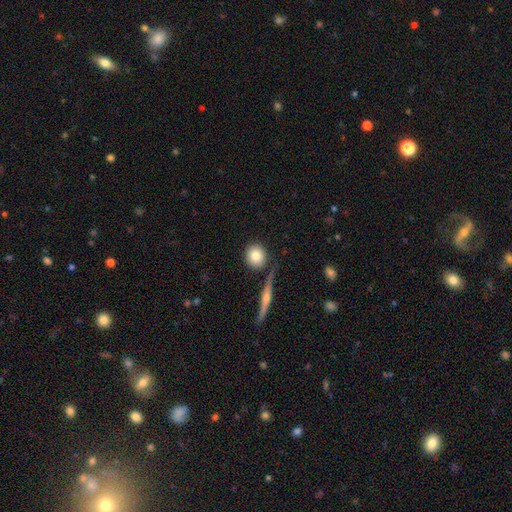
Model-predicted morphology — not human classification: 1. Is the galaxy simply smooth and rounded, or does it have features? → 81% smooth, 11% featured or disk, 7% star or artifact.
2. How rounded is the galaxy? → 81% round, 16% in between, 2% cigar-shaped.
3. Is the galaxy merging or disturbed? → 79% none, 10% minor disturbance, 8% merger, 3% major disturbance.